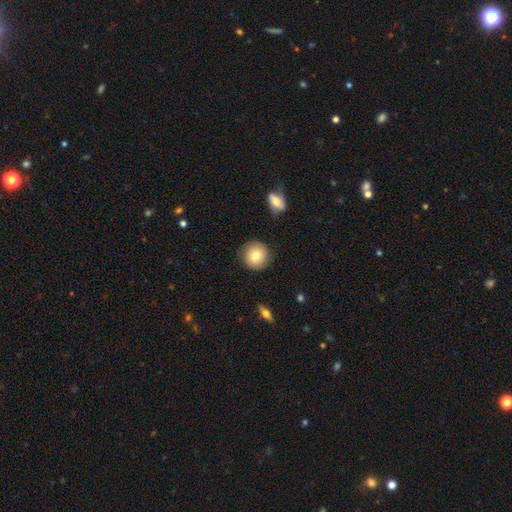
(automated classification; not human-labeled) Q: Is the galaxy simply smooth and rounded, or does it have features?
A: smooth — 78%.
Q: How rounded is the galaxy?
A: round — 92%.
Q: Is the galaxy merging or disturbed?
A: none — 85%.